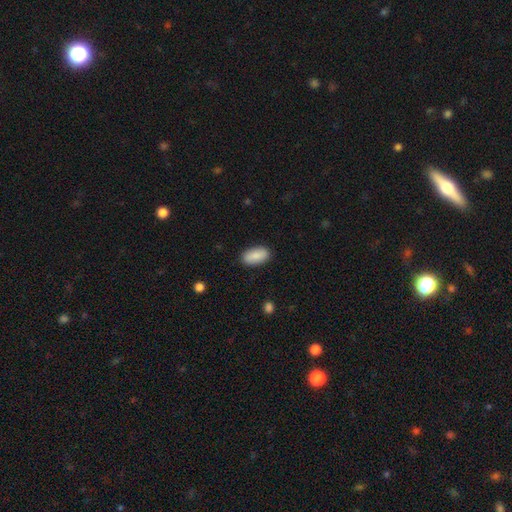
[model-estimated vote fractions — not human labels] This appears to be a smooth galaxy with no disk features (87%) that is in between round and cigar-shaped (92%). Merging: none (89%).